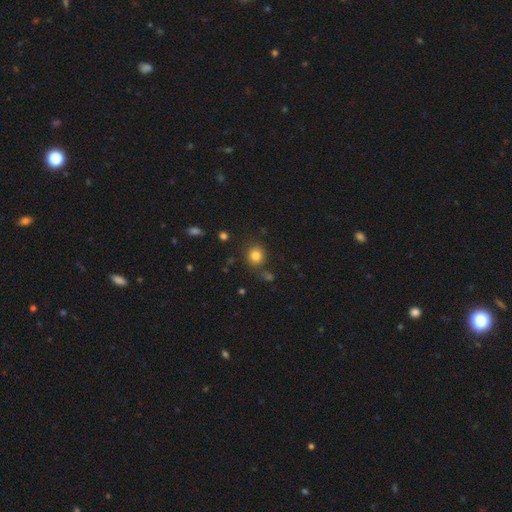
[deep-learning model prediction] This is clearly a smooth galaxy (81%). How rounded: clearly round (82%). Merging: clearly none (82%).